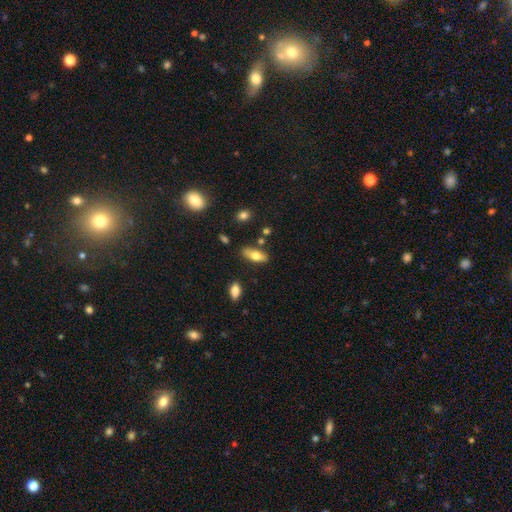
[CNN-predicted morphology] smooth-or-featured: smooth: 70% | featured or disk: 23% | star or artifact: 7%
  how-rounded: in between: 76% | cigar-shaped: 21% | round: 3%
  merging: none: 77% | minor disturbance: 15% | merger: 5% | major disturbance: 3%